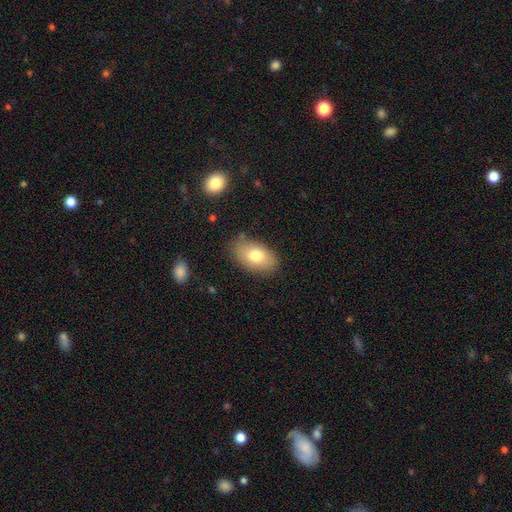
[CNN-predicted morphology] This is likely a smooth galaxy (75%). How rounded: clearly in between (91%). Merging: clearly none (82%).